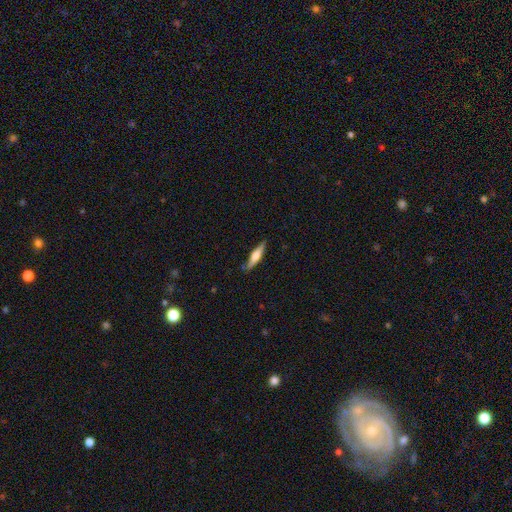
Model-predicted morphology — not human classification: This appears to be a featured or disk galaxy (47%, tied with smooth). Merging: none (84%).